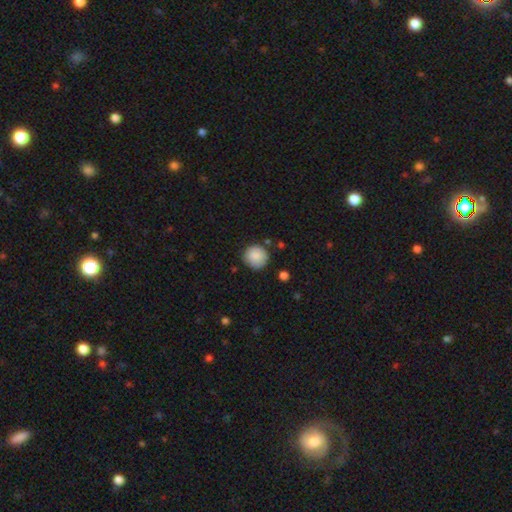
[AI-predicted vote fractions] smooth_or_featured: smooth (p=0.87) [alt: star or artifact p=0.07]
how_rounded: round (p=0.93) [alt: in between p=0.06]
merging: none (p=0.82) [alt: minor disturbance p=0.13]